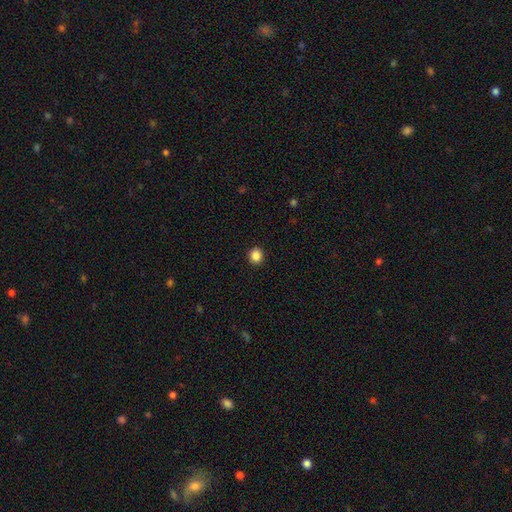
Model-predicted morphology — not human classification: Smooth or featured? Predicted: smooth (p=0.86). How rounded? Predicted: round (p=0.85). Merging? Predicted: none (p=0.92).